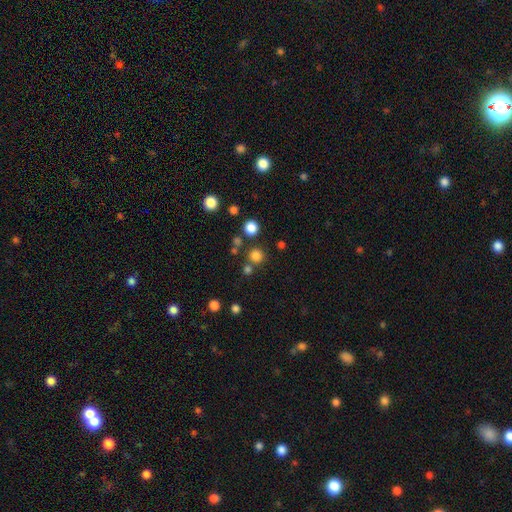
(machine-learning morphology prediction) The model was most divided on "smooth or featured": smooth: 77%, star or artifact: 18%, featured or disk: 5%. More confident: how rounded — round (93%); merging — none (77%).